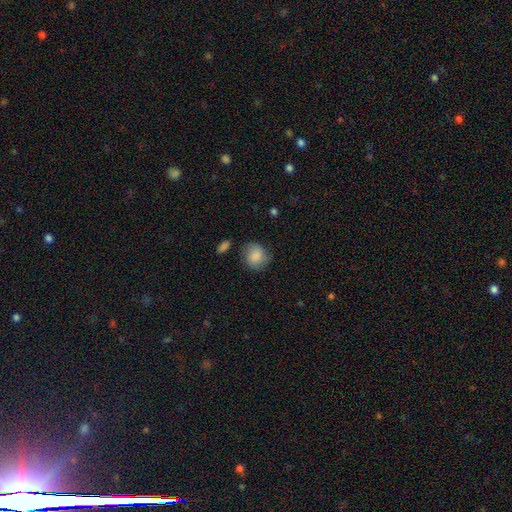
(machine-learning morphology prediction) The model was most divided on "merging": none: 70%, minor disturbance: 21%, major disturbance: 6%, merger: 3%. More confident: smooth or featured — smooth (84%); how rounded — round (75%).